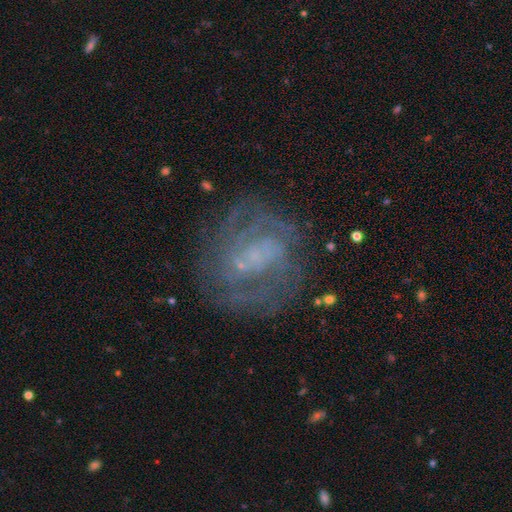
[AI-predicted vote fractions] Smooth or featured: featured or disk — 77% (smooth — 12%)
Edge-on disk: no — 98% (yes — 2%)
Bar: no — 55% (weak — 35%)
Spiral arms: yes — 85% (no — 15%)
Spiral winding: tight — 53% (medium — 35%)
Spiral arm count: can't tell — 38% (2 — 27%)
Bulge size: small — 43% (none — 39%)
Merging: none — 72% (minor disturbance — 15%)